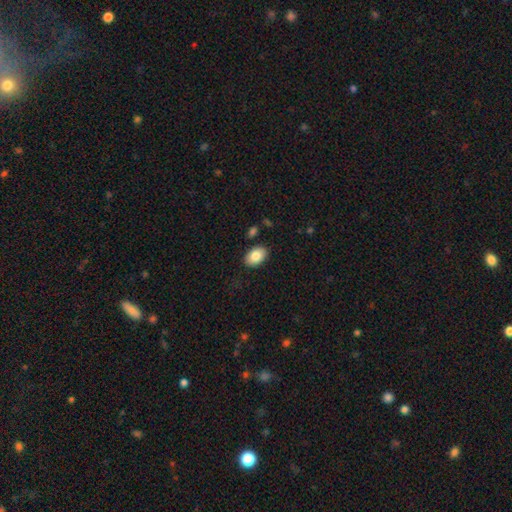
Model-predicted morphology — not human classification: smooth_or_featured: smooth (p=0.85) [alt: featured or disk p=0.09]
how_rounded: in between (p=0.89) [alt: round p=0.09]
merging: none (p=0.86) [alt: minor disturbance p=0.10]